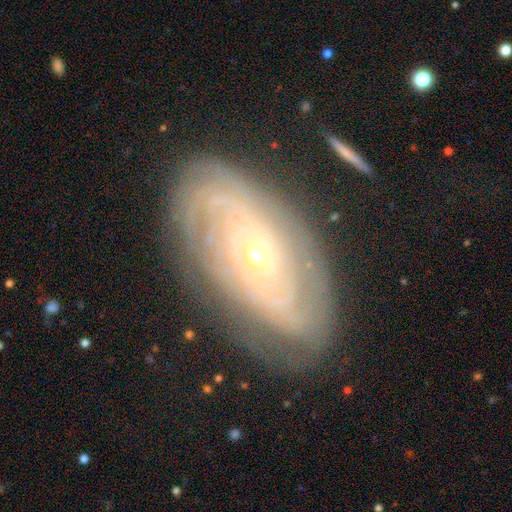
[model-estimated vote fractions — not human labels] Smooth or featured?
  - featured or disk: 82% *
  - smooth: 11%
  - star or artifact: 7%
Edge-on disk?
  - no: 93% *
  - yes: 7%
Bar?
  - no: 81% *
  - weak: 14%
  - strong: 5%
Spiral arms?
  - yes: 92% *
  - no: 8%
Spiral winding?
  - tight: 79% *
  - medium: 16%
  - loose: 5%
Spiral arm count?
  - can't tell: 43% *
  - 2: 16%
  - 3: 12%
  - 4: 12%
  - more than 4: 11%
  - 1: 6%
Bulge size?
  - small: 80% *
  - moderate: 16%
  - large: 1%
  - dominant: 1%
  - none: 1%
Merging?
  - none: 79% *
  - minor disturbance: 15%
  - major disturbance: 5%
  - merger: 2%